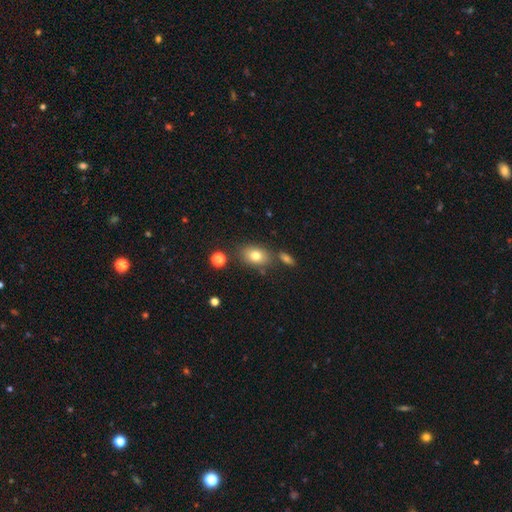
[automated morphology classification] A smooth galaxy with no disk features (78%) that is in between round and cigar-shaped (78%).

Vote fractions:
- Smooth or featured? smooth: 78% / featured or disk: 12% / star or artifact: 10%
- How rounded? in between: 78% / round: 21% / cigar-shaped: 2%
- Merging? none: 72% / minor disturbance: 13% / merger: 10% / major disturbance: 4%